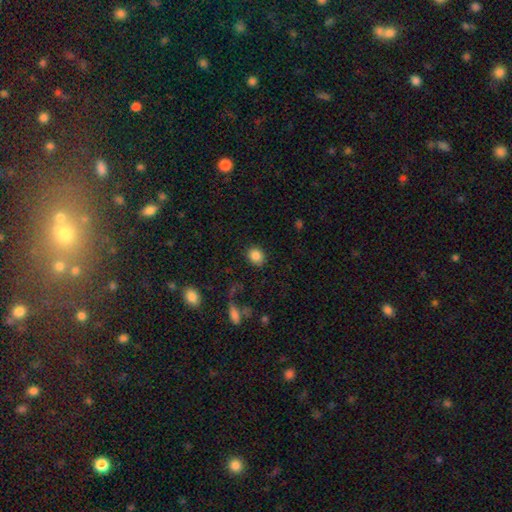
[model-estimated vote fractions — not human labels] smooth-or-featured: smooth: 86% | star or artifact: 9% | featured or disk: 5%
  how-rounded: round: 59% | in between: 40% | cigar-shaped: 1%
  merging: none: 87% | minor disturbance: 8% | major disturbance: 3% | merger: 2%